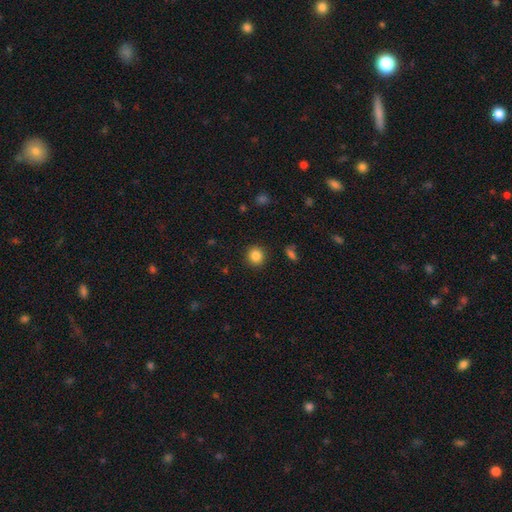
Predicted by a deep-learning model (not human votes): Smooth or featured? smooth (85%)
How rounded? round (88%)
Merging? none (90%)